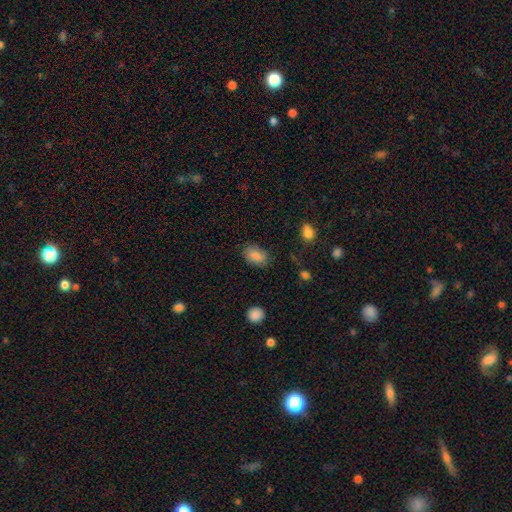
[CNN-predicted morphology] This appears to be a smooth galaxy with no disk features (85%) that is in between round and cigar-shaped (87%). Merging: none (81%).